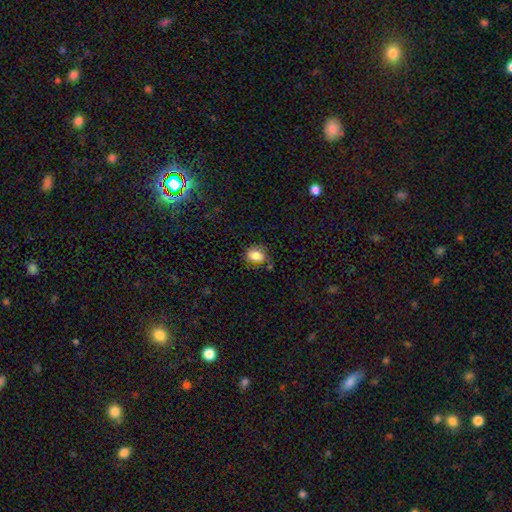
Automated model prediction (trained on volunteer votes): smooth_or_featured: smooth (p=0.82) [alt: star or artifact p=0.10]
how_rounded: in between (p=0.54) [alt: round p=0.44]
merging: none (p=0.63) [alt: minor disturbance p=0.24]